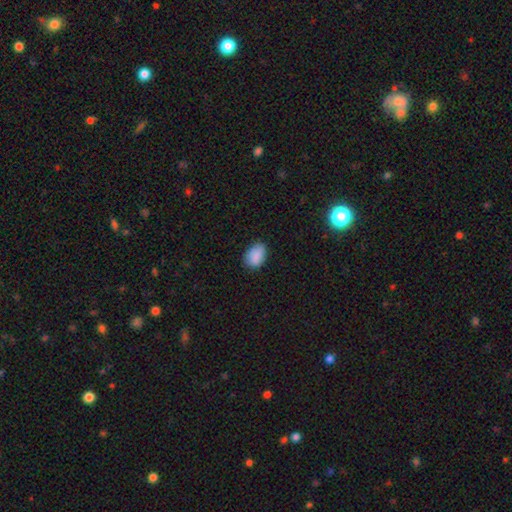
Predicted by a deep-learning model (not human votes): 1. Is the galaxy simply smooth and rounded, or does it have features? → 88% smooth, 7% star or artifact, 4% featured or disk.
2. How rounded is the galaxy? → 84% in between, 15% round, 1% cigar-shaped.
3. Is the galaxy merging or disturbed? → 80% none, 16% minor disturbance, 3% major disturbance, 1% merger.